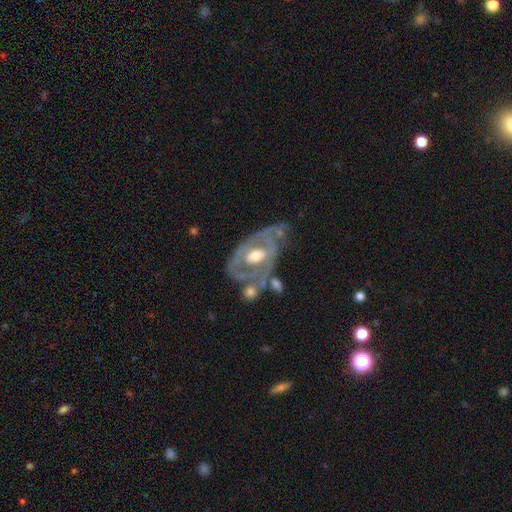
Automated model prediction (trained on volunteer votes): Q: Smooth or featured?
A: featured or disk (81%); runner-up: smooth (14%)
Q: Edge-on disk?
A: no (93%); runner-up: yes (7%)
Q: Bar?
A: no (51%); runner-up: weak (34%)
Q: Spiral arms?
A: yes (68%); runner-up: no (32%)
Q: Spiral winding?
A: tight (53%); runner-up: medium (33%)
Q: Spiral arm count?
A: 2 (41%); runner-up: can't tell (32%)
Q: Bulge size?
A: moderate (71%); runner-up: large (16%)
Q: Merging?
A: none (46%); runner-up: minor disturbance (25%)